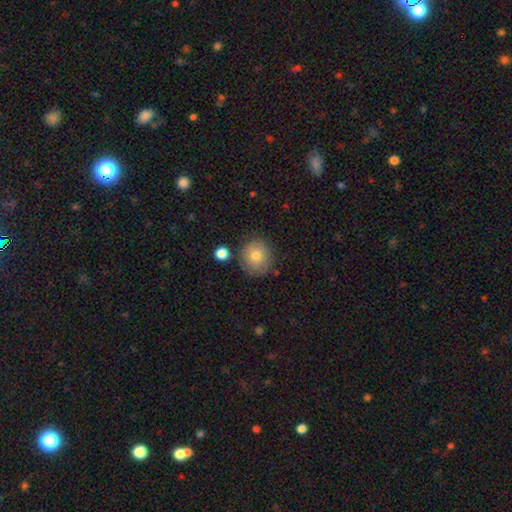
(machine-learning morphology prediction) smooth 78%, featured or disk 13%, star or artifact 9%. Down the decision tree: how rounded — round (87%); merging — none (81%).